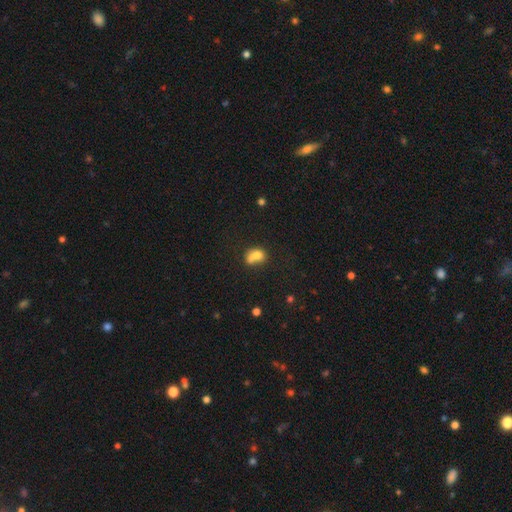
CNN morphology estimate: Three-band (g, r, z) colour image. It shows a smooth galaxy with no disk features (72%) that is in between round and cigar-shaped (60%). Merging: merger (41%).